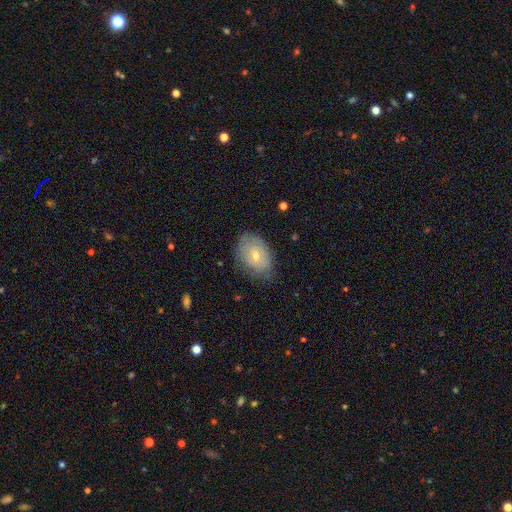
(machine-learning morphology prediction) This appears to be a featured or disk galaxy (45%, tied with smooth). Merging: none (73%).